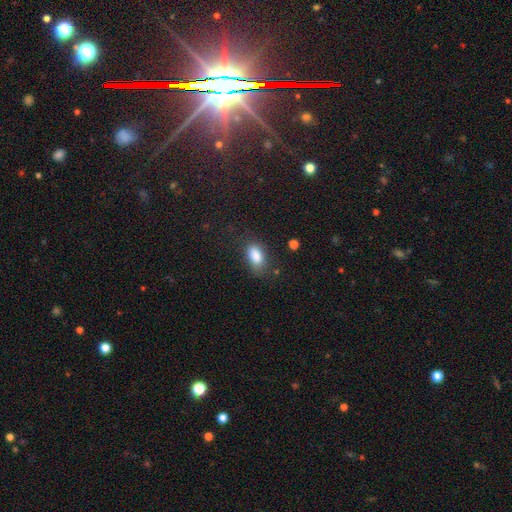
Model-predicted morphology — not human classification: Overall: smooth (85%). How rounded: in between (90%). Merging: none (71%).